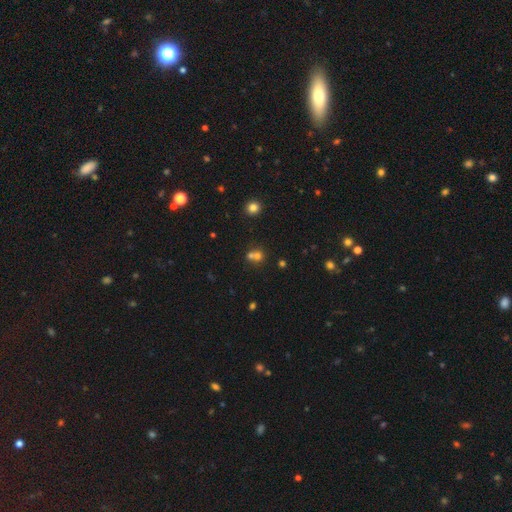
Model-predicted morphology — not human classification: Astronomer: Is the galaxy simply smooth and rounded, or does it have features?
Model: smooth — 67%.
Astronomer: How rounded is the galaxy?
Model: round — 80%.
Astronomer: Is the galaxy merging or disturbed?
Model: merger — 53% (runner-up: none, 38%).